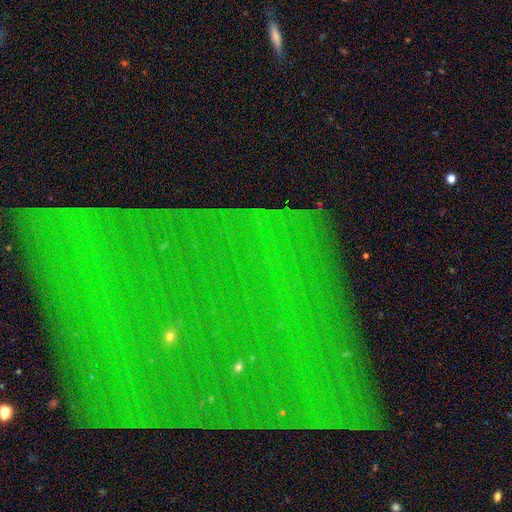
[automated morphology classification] A star or artifact, not a galaxy (84%).